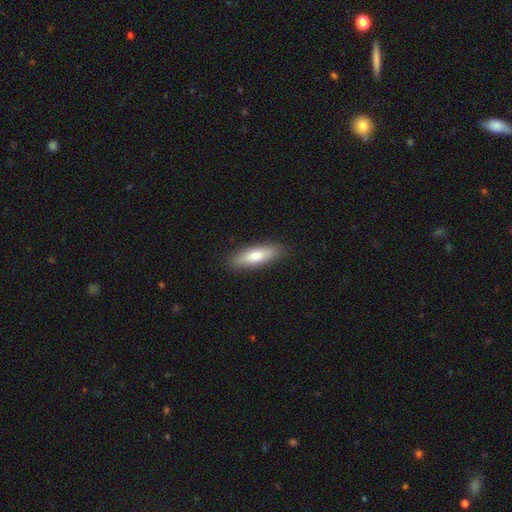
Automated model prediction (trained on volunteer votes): Smooth or featured: smooth — 76% (featured or disk — 18%)
How rounded: in between — 53% (cigar-shaped — 45%)
Merging: none — 89% (minor disturbance — 8%)